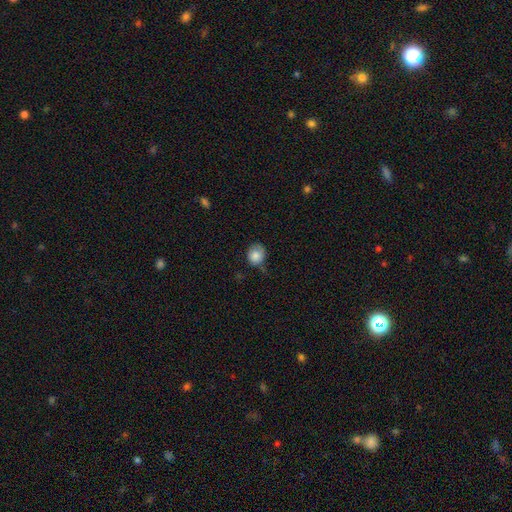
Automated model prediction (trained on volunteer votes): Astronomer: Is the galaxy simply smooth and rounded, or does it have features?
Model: smooth — 82%.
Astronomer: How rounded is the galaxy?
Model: round — 76%.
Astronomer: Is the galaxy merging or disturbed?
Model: none — 52% (runner-up: minor disturbance, 35%).